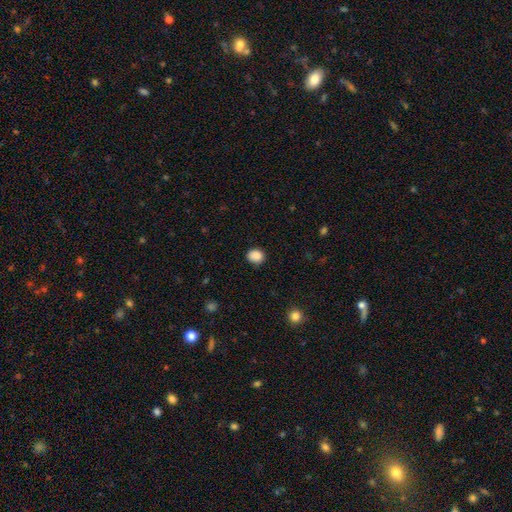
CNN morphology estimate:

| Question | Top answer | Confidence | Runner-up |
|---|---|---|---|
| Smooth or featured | smooth | 88% | star or artifact (9%) |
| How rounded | round | 65% | in between (34%) |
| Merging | none | 88% | minor disturbance (9%) |